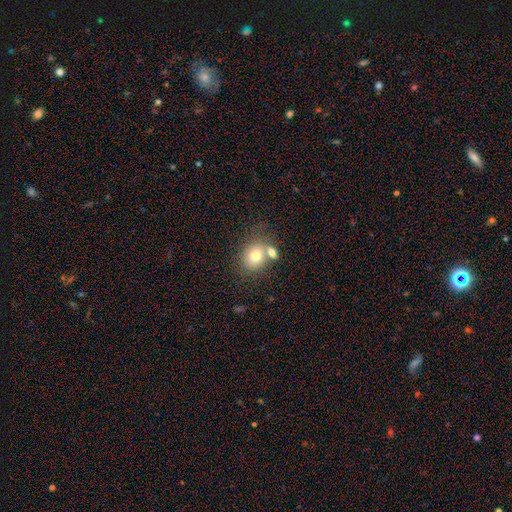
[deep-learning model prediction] The model was most divided on "merging": none: 47%, merger: 37%, minor disturbance: 11%, major disturbance: 5%. More confident: smooth or featured — smooth (74%); how rounded — round (60%).